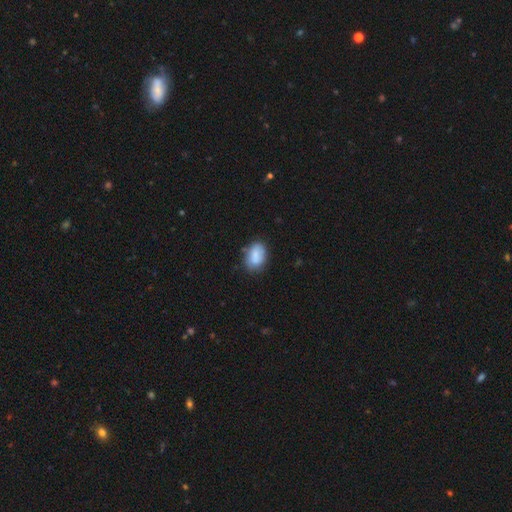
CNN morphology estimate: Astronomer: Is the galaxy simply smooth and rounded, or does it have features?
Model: smooth — 77%.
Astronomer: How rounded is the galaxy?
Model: in between — 82%.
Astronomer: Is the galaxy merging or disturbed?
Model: none — 66%.